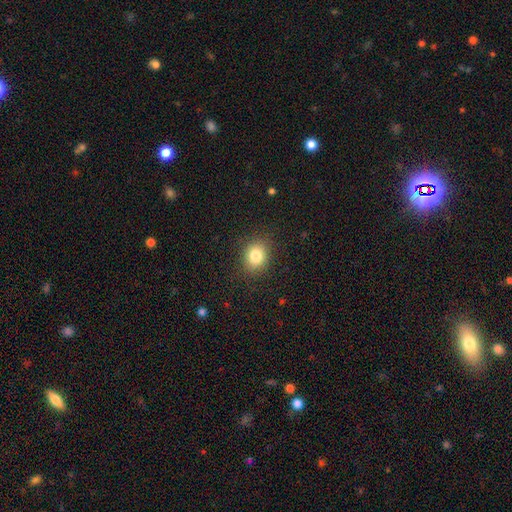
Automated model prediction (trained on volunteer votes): Smooth or featured? smooth (82%)
How rounded? round (60%)
Merging? none (87%)